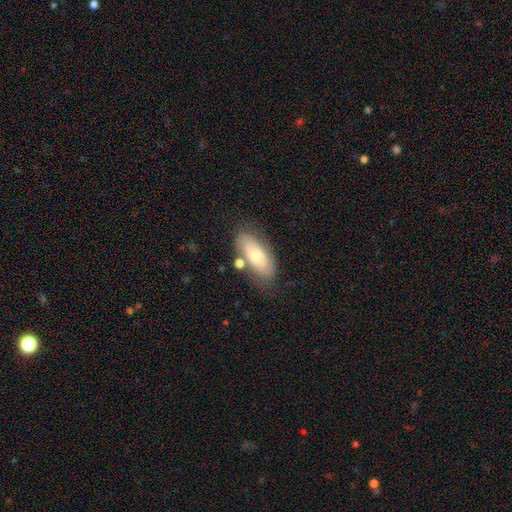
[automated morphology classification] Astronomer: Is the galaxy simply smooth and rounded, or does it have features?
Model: smooth — 65%.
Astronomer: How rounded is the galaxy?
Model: in between — 85%.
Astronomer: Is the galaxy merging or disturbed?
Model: none — 68%.